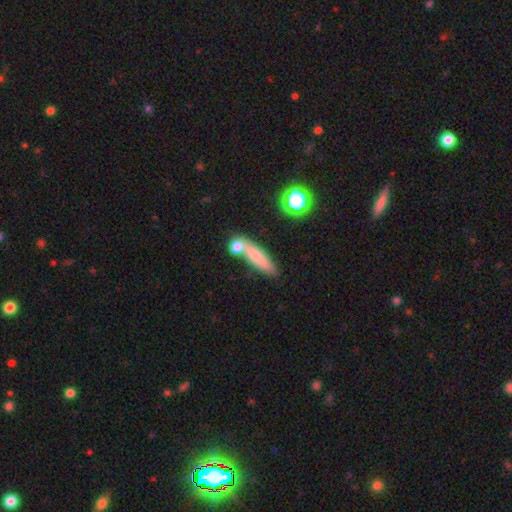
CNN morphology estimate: Smooth or featured? smooth (72%)
How rounded? cigar-shaped (66%)
Merging? none (56%)